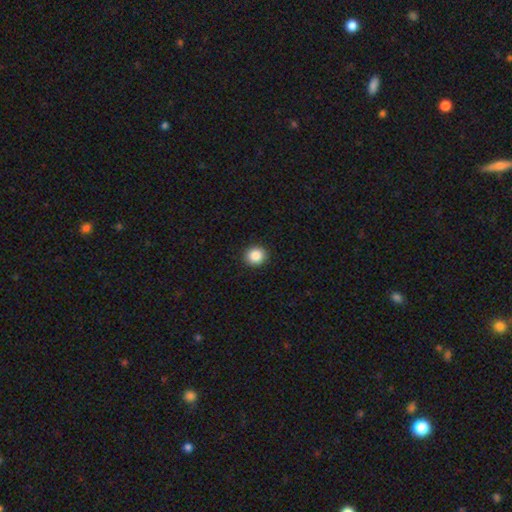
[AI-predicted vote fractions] Overall: smooth (87%). How rounded: round (87%). Merging: none (93%).